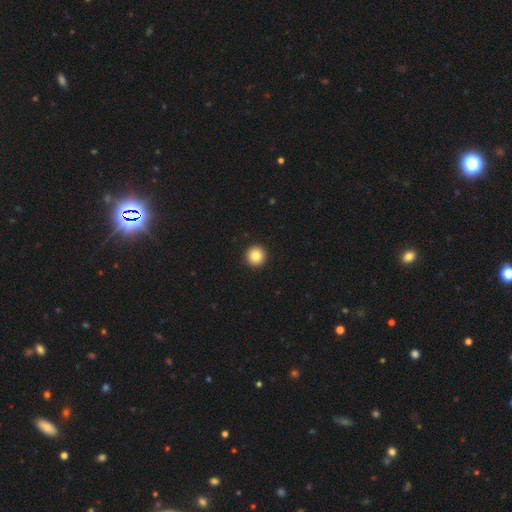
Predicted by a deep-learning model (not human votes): The model was most divided on "smooth or featured": smooth: 84%, star or artifact: 9%, featured or disk: 6%. More confident: how rounded — round (96%); merging — none (94%).